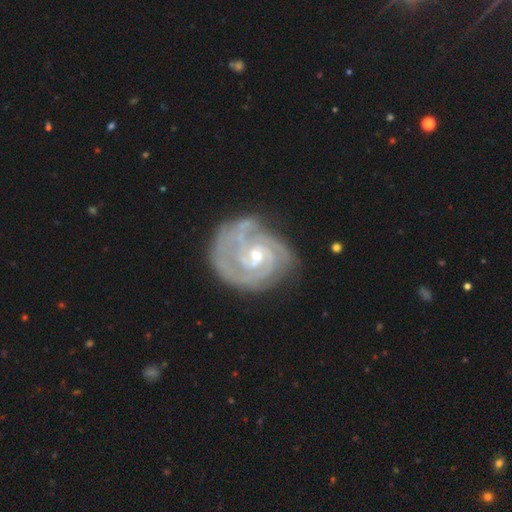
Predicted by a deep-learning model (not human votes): The model was most divided on "spiral arm count": 3: 34%, 2: 30%, can't tell: 17%, 4: 9%, 1: 5%, more than 4: 5%. More confident: edge-on disk — no (98%); spiral arms — yes (98%); smooth or featured — featured or disk (90%); spiral winding — tight (73%); merging — none (65%); bar — no (58%); bulge size — small (56%).